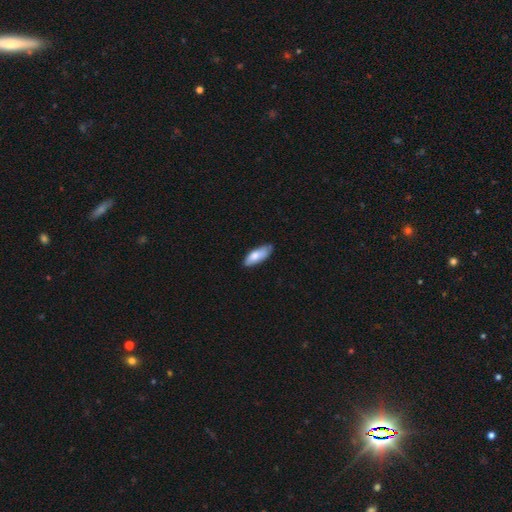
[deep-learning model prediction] Smooth or featured: smooth — 77% (featured or disk — 17%)
How rounded: in between — 72% (cigar-shaped — 26%)
Merging: none — 69% (minor disturbance — 25%)